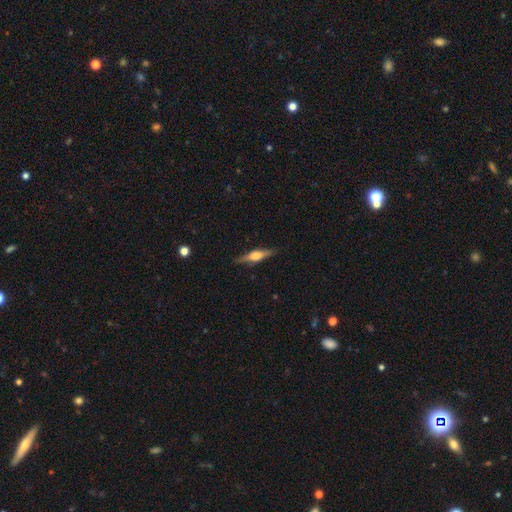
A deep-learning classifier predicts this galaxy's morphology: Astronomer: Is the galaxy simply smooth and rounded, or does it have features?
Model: featured or disk — 73%.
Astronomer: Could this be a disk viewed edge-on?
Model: yes — 97%.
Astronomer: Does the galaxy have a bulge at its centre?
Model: rounded — 89%.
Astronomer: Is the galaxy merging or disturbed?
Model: none — 89%.